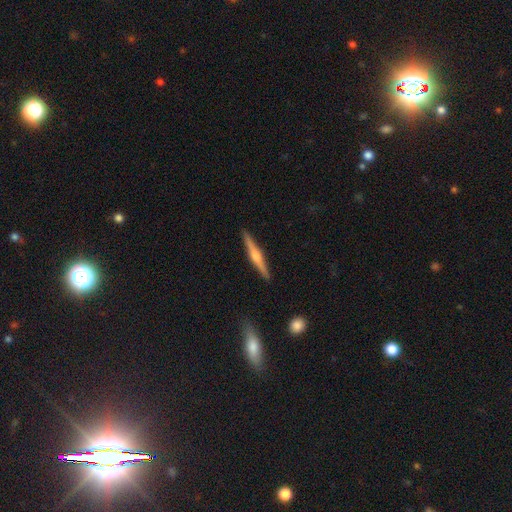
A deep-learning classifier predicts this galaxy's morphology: Smooth or featured? Predicted: featured or disk (p=0.67). Edge-on disk? Predicted: yes (p=0.98). Edge-on bulge? Predicted: rounded (p=0.85). Merging? Predicted: none (p=0.91).